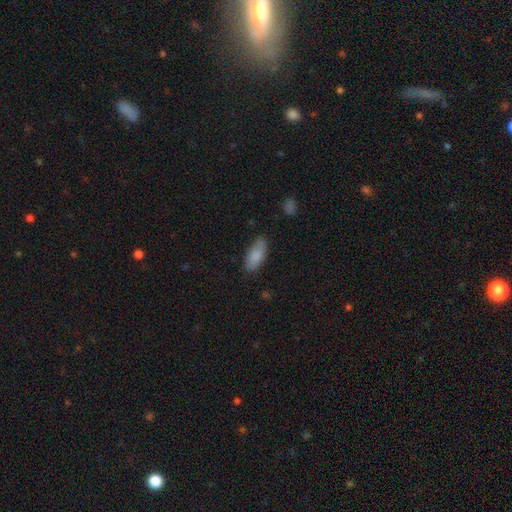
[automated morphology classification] A smooth galaxy with no disk features (86%) that is in between round and cigar-shaped (84%).

Vote fractions:
- Smooth or featured? smooth: 86% / featured or disk: 8% / star or artifact: 6%
- How rounded? in between: 84% / cigar-shaped: 14% / round: 2%
- Merging? none: 80% / minor disturbance: 15% / major disturbance: 3% / merger: 1%